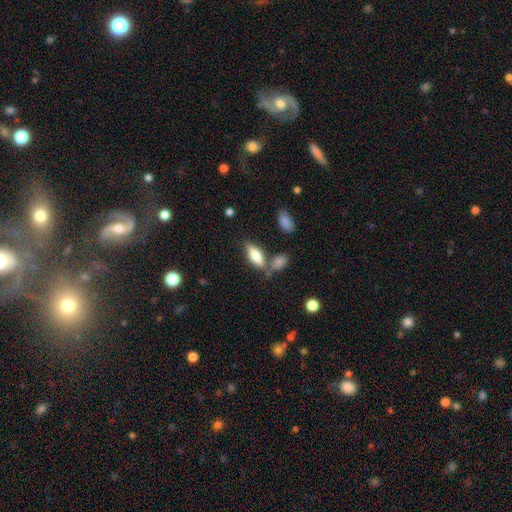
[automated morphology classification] This is likely a smooth galaxy (77%). How rounded: likely in between (76%). Merging: likely none (61%).